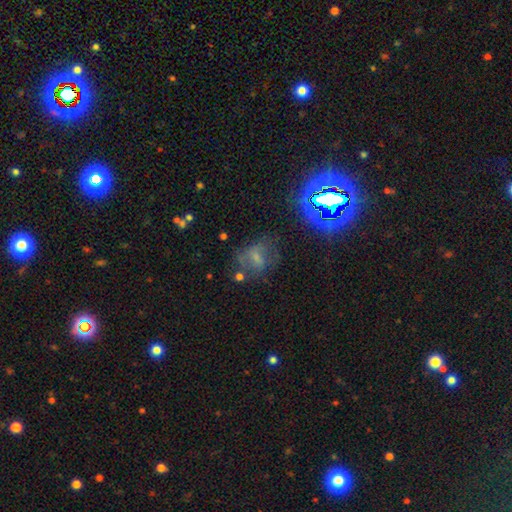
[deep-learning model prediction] smooth 38%, star or artifact 32%, featured or disk 30%. Down the decision tree: merging — none (51%).